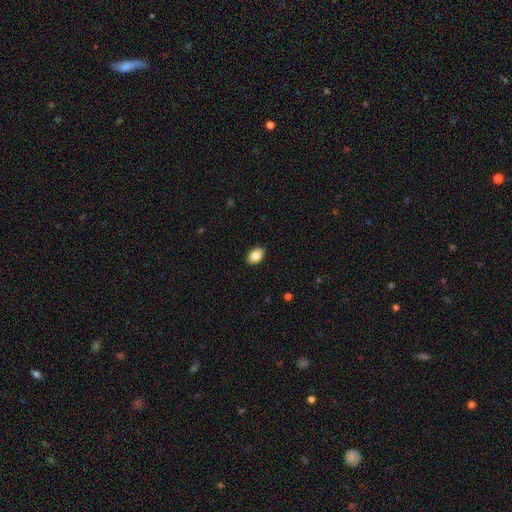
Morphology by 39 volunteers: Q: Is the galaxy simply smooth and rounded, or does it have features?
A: smooth — 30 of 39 (77%).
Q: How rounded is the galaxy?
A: in between — 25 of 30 (83%).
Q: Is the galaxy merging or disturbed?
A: none — 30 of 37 (81%).